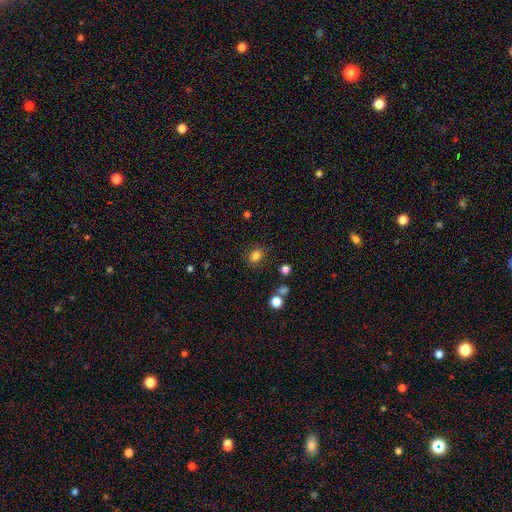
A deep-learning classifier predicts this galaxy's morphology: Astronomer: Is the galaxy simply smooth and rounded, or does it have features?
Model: smooth — 82%.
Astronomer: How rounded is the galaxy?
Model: round — 60% (runner-up: in between, 39%).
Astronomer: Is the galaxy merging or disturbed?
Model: none — 80%.